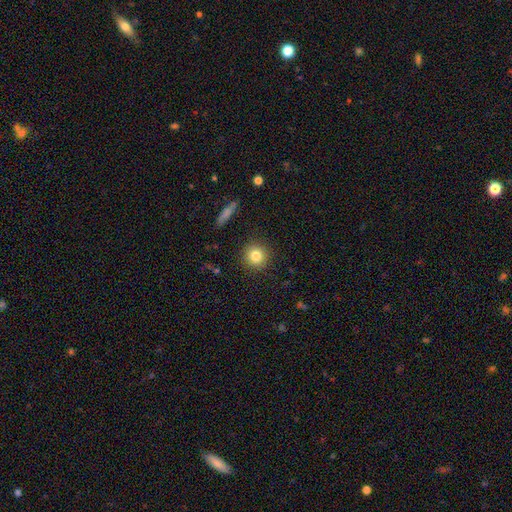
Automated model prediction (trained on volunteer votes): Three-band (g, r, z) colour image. It shows a smooth galaxy with no disk features (83%) that is round (92%). Merging: none (90%).